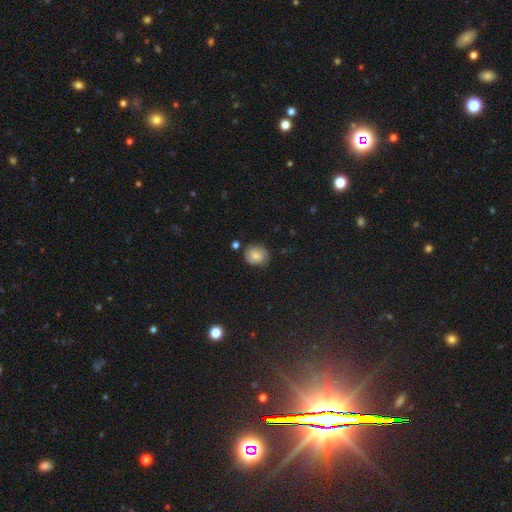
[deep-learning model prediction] Smooth or featured? smooth (56%)
How rounded? round (67%)
Merging? none (76%)